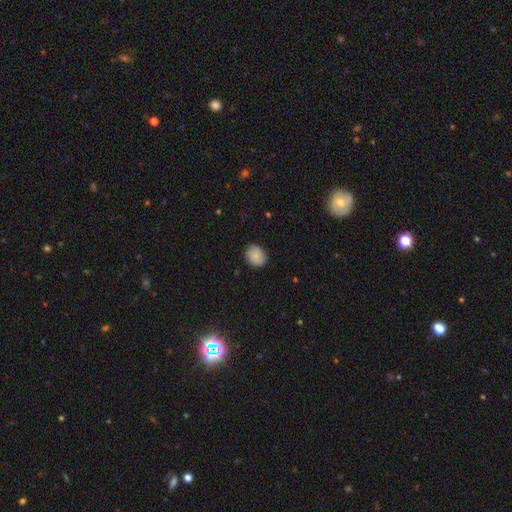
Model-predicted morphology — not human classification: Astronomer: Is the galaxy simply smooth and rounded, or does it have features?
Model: smooth — 86%.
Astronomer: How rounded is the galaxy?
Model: round — 65%.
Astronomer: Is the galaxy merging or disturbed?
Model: none — 86%.